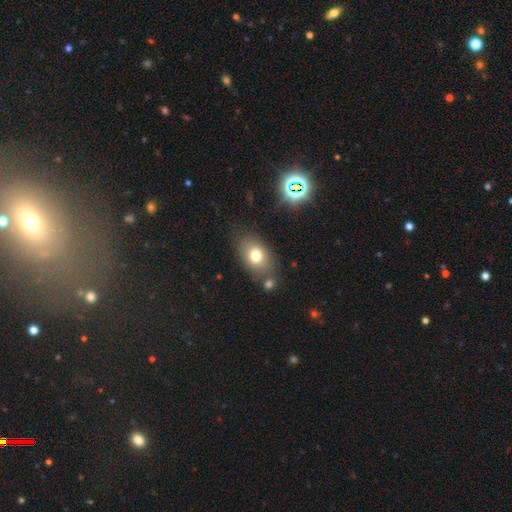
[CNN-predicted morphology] Q: Smooth or featured?
A: smooth (75%); runner-up: featured or disk (14%)
Q: How rounded?
A: in between (80%); runner-up: round (18%)
Q: Merging?
A: none (73%); runner-up: minor disturbance (14%)